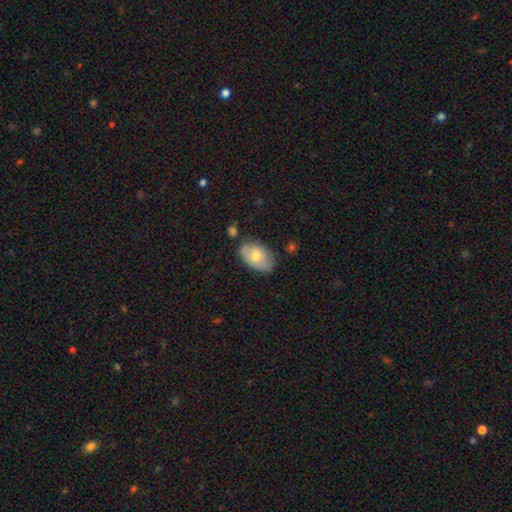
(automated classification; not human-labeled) smooth_or_featured: smooth (p=0.69) [alt: featured or disk p=0.25]
how_rounded: in between (p=0.90) [alt: round p=0.09]
merging: none (p=0.70) [alt: minor disturbance p=0.22]